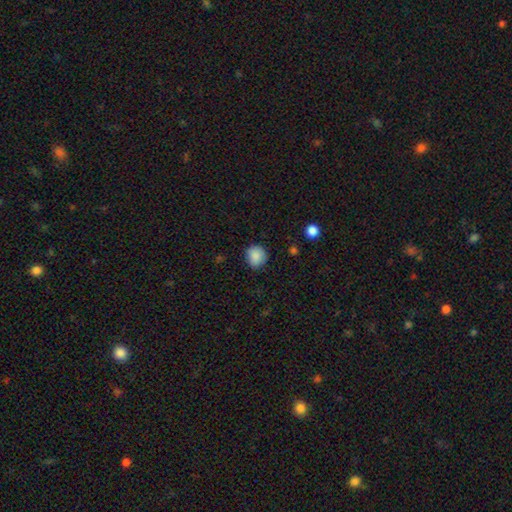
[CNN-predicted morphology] smooth-or-featured: smooth: 87% | star or artifact: 9% | featured or disk: 4%
  how-rounded: round: 85% | in between: 14% | cigar-shaped: 1%
  merging: none: 82% | minor disturbance: 14% | major disturbance: 3% | merger: 1%